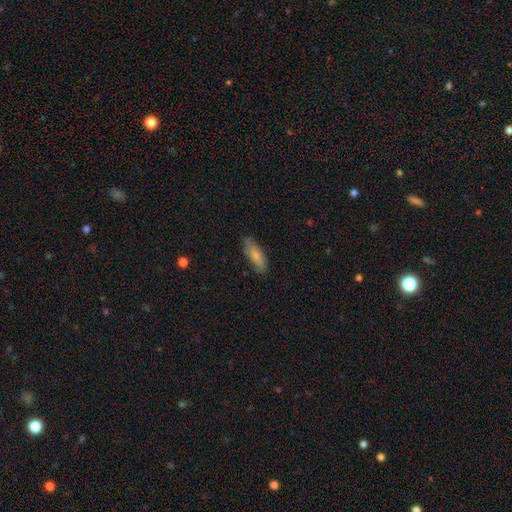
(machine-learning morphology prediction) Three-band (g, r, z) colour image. It shows a smooth galaxy with no disk features (75%) that is in between round and cigar-shaped (68%). Merging: none (77%).